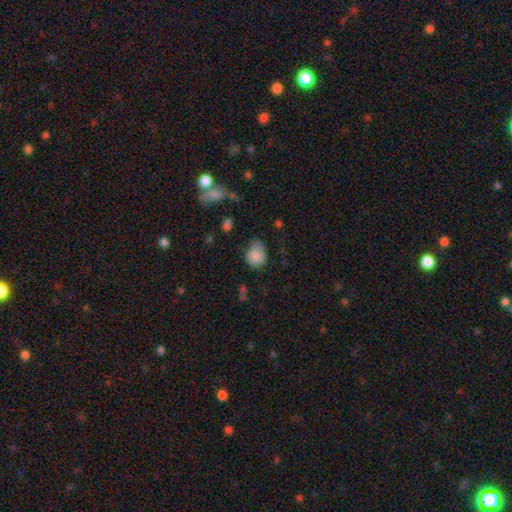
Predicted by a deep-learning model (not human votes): Smooth or featured? smooth (84%)
How rounded? in between (58%)
Merging? none (48%)